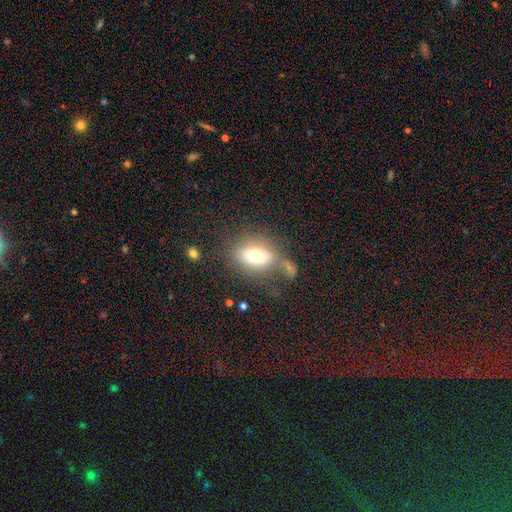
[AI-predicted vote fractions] Smooth or featured? smooth (68%)
How rounded? in between (77%)
Merging? none (52%)